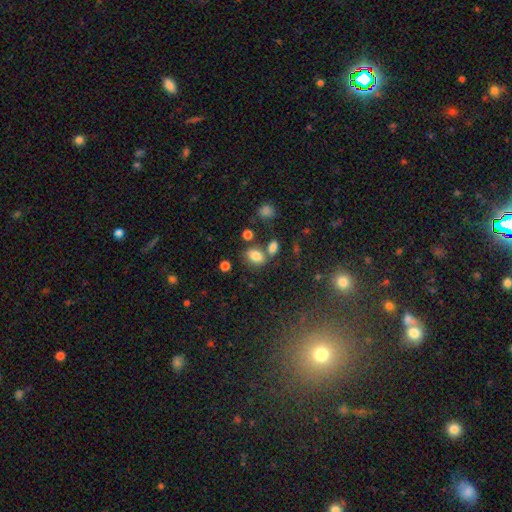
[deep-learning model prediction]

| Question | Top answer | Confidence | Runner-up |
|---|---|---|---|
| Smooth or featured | smooth | 79% | star or artifact (12%) |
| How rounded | in between | 79% | round (19%) |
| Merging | none | 60% | merger (20%) |